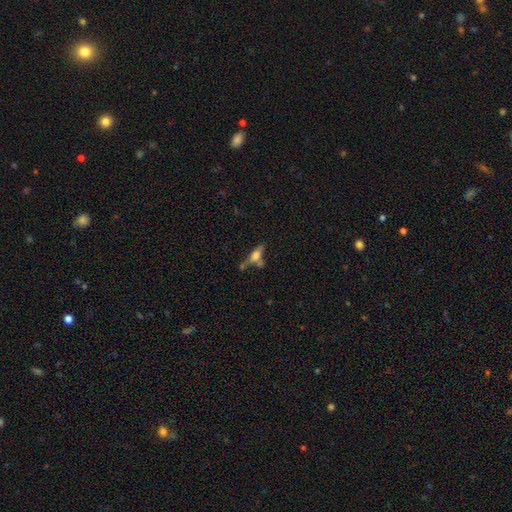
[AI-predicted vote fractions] A smooth galaxy with no disk features (44%).

Vote fractions:
- Smooth or featured? smooth: 44% / featured or disk: 43% / star or artifact: 13%
- Merging? none: 44% / merger: 26% / minor disturbance: 18% / major disturbance: 13%